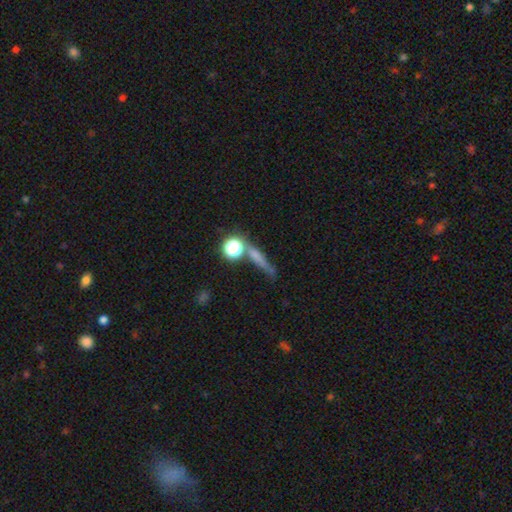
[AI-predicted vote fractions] This is possibly a smooth galaxy (47%). Merging: likely none (64%).